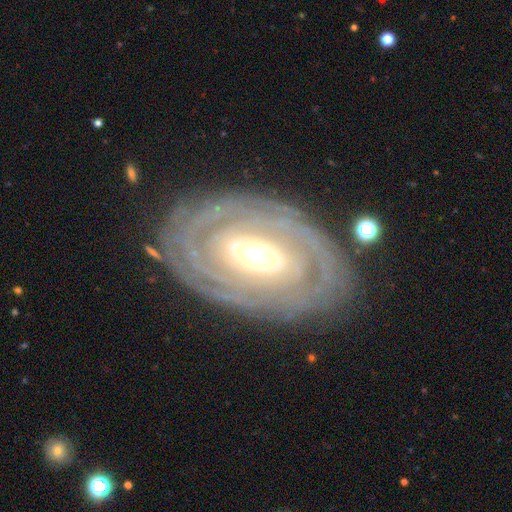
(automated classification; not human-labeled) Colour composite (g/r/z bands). It shows a featured or disk galaxy (84%) with no bar (49%), tight (84%) spiral arms (84%) and a moderate central bulge (67%). Merging: none (82%).